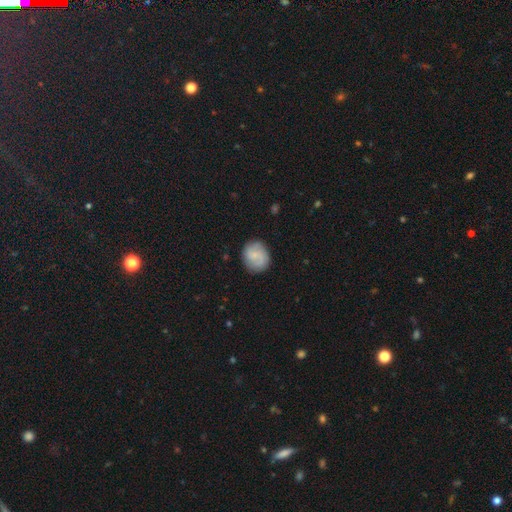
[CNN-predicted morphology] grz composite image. It shows a smooth galaxy with no disk features (49%). Merging: none (83%).